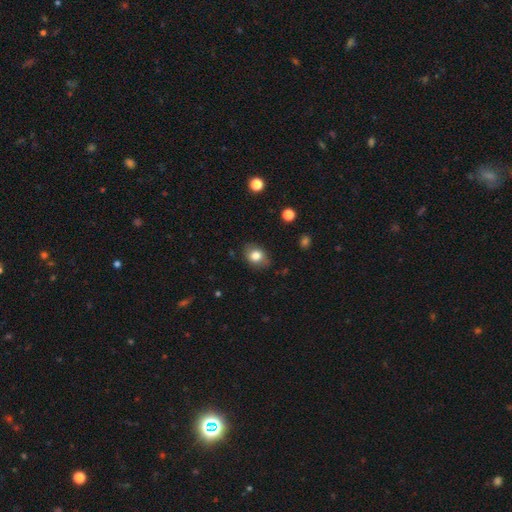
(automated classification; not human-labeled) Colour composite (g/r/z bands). It shows a smooth galaxy with no disk features (80%) that is in between round and cigar-shaped (59%). Merging: none (81%).